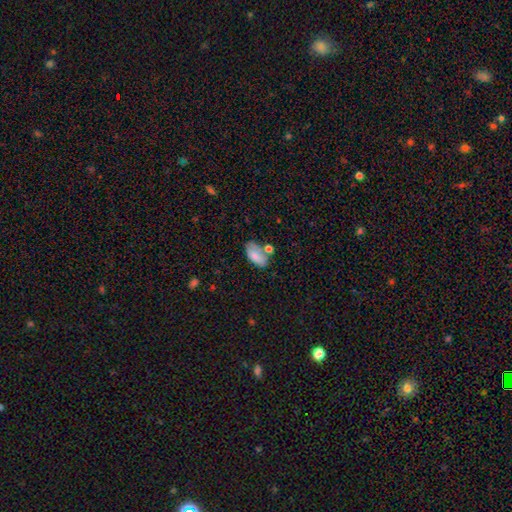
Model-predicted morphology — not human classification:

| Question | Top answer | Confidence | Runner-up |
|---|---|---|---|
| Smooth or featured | smooth | 80% | featured or disk (13%) |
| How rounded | in between | 92% | cigar-shaped (4%) |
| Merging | none | 53% | minor disturbance (22%) |